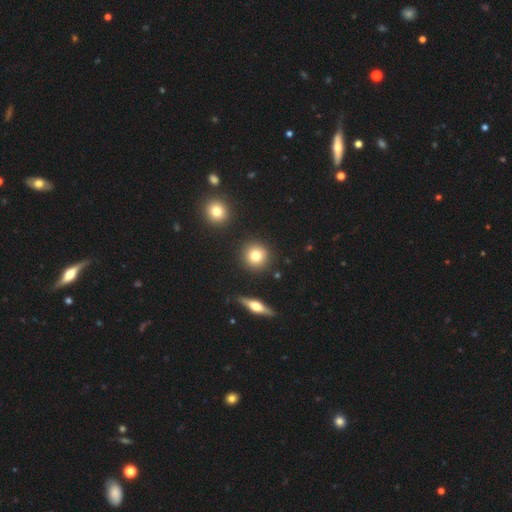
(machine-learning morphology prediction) Q: Smooth or featured?
A: smooth (80%); runner-up: featured or disk (11%)
Q: How rounded?
A: round (93%); runner-up: in between (6%)
Q: Merging?
A: none (89%); runner-up: minor disturbance (6%)